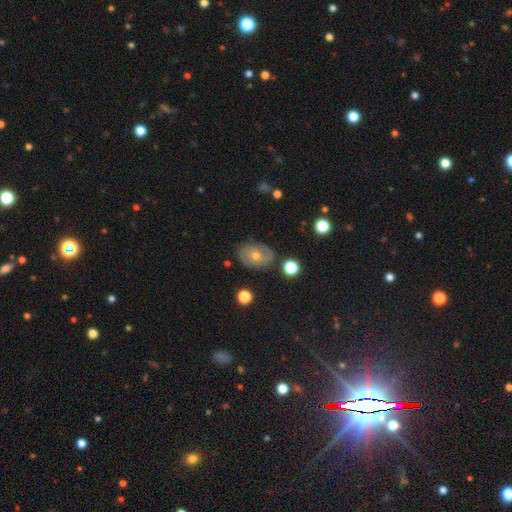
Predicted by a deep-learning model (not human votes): The model was most divided on "smooth or featured": featured or disk: 47%, smooth: 39%, star or artifact: 14%. More confident: merging — none (80%).